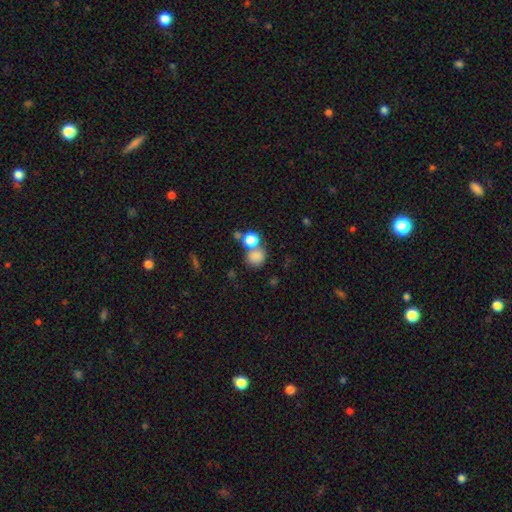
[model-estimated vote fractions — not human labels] This appears to be a smooth galaxy with no disk features (78%) that is round (79%). Merging: none (53%).